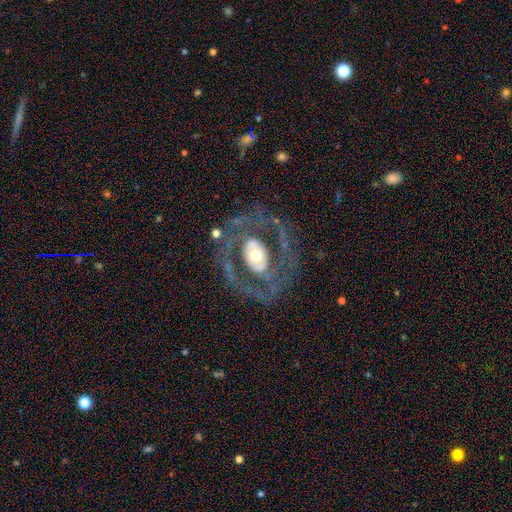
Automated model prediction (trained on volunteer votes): smooth_or_featured: featured or disk (p=0.83) [alt: smooth p=0.12]
disk_edge_on: no (p=0.96) [alt: yes p=0.04]
bar: no (p=0.64) [alt: weak p=0.23]
has_spiral_arms: yes (p=0.79) [alt: no p=0.21]
spiral_winding: medium (p=0.47) [alt: tight p=0.28]
spiral_arm_count: 2 (p=0.71) [alt: can't tell p=0.11]
bulge_size: moderate (p=0.60) [alt: large p=0.21]
merging: none (p=0.63) [alt: major disturbance p=0.20]